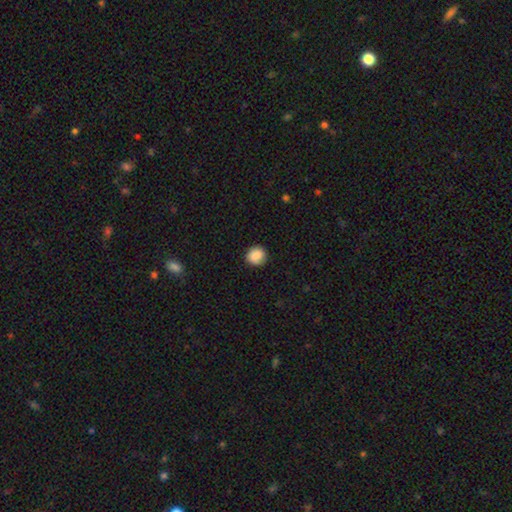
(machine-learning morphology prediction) smooth 88%, star or artifact 8%, featured or disk 4%. Down the decision tree: how rounded — round (89%); merging — none (88%).